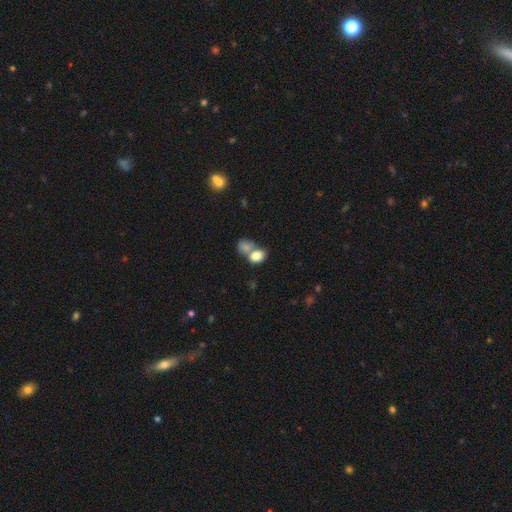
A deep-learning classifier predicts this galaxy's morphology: smooth_or_featured: smooth (p=0.82) [alt: featured or disk p=0.09]
how_rounded: in between (p=0.68) [alt: round p=0.30]
merging: merger (p=0.58) [alt: none p=0.29]